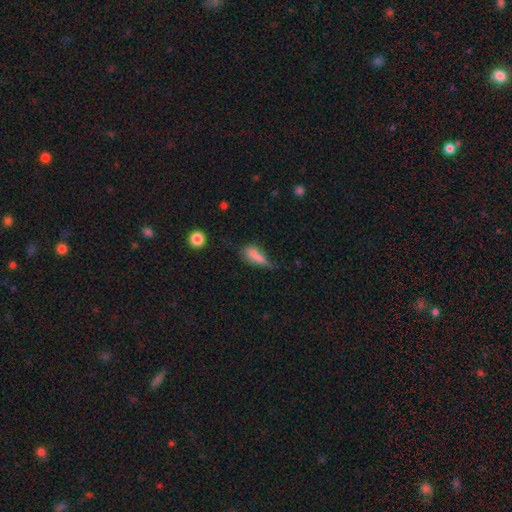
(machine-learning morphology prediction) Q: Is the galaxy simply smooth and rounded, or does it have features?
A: smooth — 66%.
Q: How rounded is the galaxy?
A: in between — 61%.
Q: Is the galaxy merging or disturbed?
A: none — 31%.